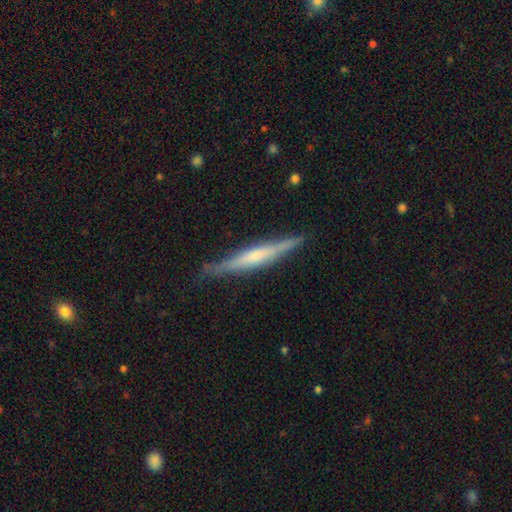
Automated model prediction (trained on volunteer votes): smooth-or-featured: featured or disk: 61% | smooth: 34% | star or artifact: 6%
  disk-edge-on: yes: 97% | no: 3%
    edge-on-bulge: rounded: 42% | none: 35% | boxy: 22%
  merging: none: 84% | minor disturbance: 12% | major disturbance: 2% | merger: 2%